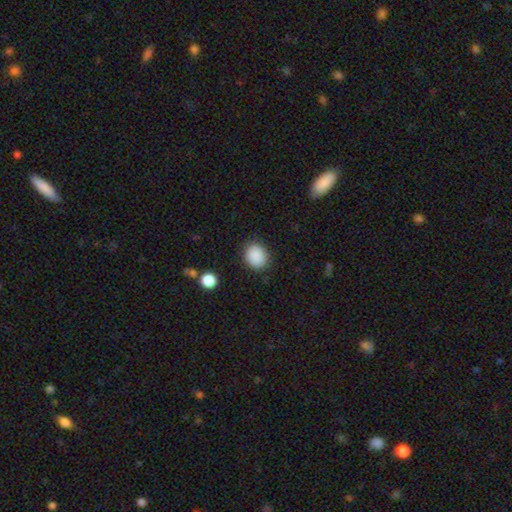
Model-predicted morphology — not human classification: The model was most divided on "how rounded": round: 67%, in between: 32%, cigar-shaped: 1%. More confident: smooth or featured — smooth (88%); merging — none (87%).